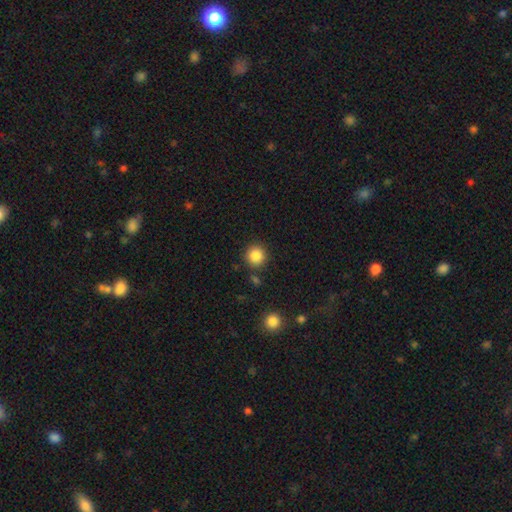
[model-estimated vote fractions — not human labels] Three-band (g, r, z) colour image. It shows a smooth galaxy with no disk features (86%) that is round (94%). Merging: none (87%).